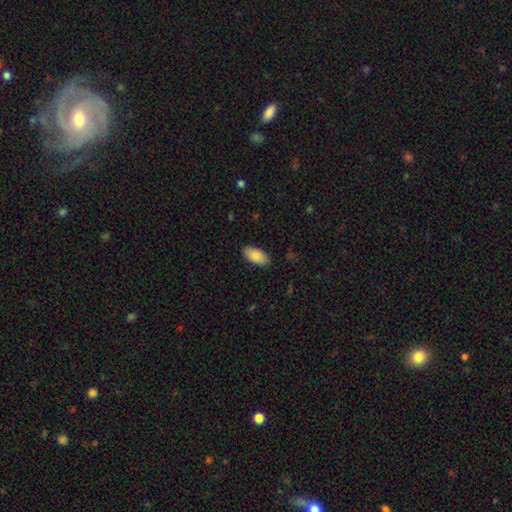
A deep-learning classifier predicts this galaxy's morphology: Smooth or featured: smooth — 87% (featured or disk — 7%)
How rounded: in between — 95% (cigar-shaped — 3%)
Merging: none — 87% (minor disturbance — 10%)